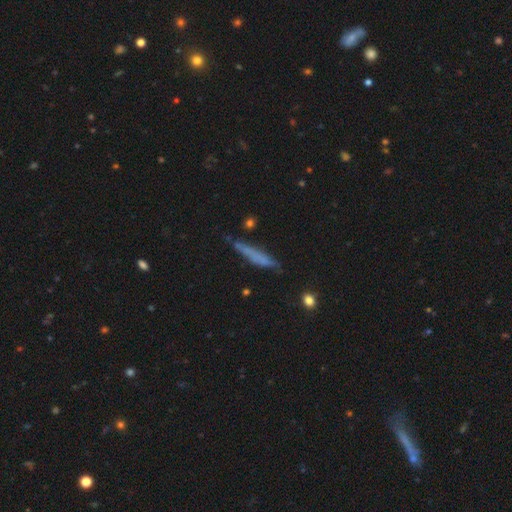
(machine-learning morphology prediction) Smooth or featured? Predicted: smooth (p=0.54). How rounded? Predicted: cigar-shaped (p=0.90). Merging? Predicted: none (p=0.66).